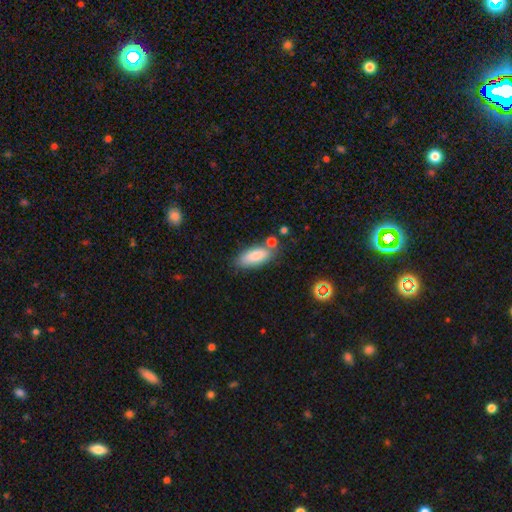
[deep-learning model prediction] A smooth galaxy with no disk features (85%) that is in between round and cigar-shaped (81%).

Vote fractions:
- Smooth or featured? smooth: 85% / featured or disk: 8% / star or artifact: 7%
- How rounded? in between: 81% / cigar-shaped: 17% / round: 2%
- Merging? none: 67% / minor disturbance: 17% / merger: 11% / major disturbance: 5%